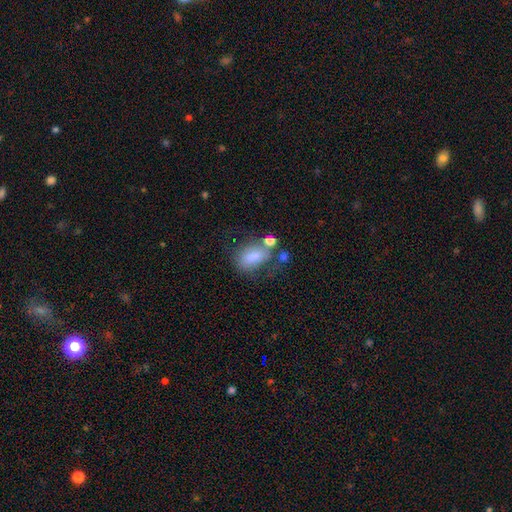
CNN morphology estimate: A smooth galaxy with no disk features (68%) that is in between round and cigar-shaped (81%).

Vote fractions:
- Smooth or featured? smooth: 68% / featured or disk: 19% / star or artifact: 13%
- How rounded? in between: 81% / round: 16% / cigar-shaped: 3%
- Merging? none: 48% / minor disturbance: 21% / merger: 17% / major disturbance: 14%